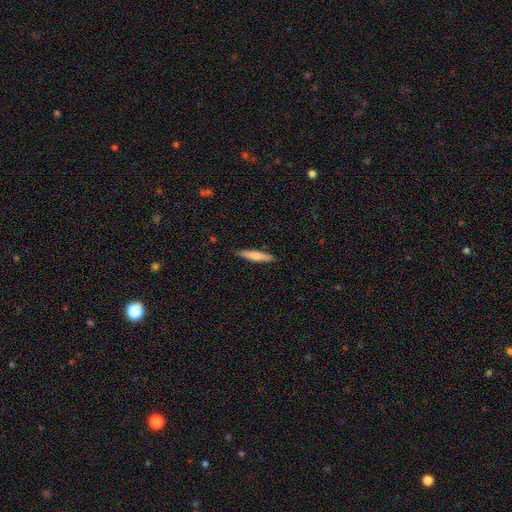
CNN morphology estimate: A smooth galaxy with no disk features (72%) that is cigar-shaped (92%). Merging: none (89%).